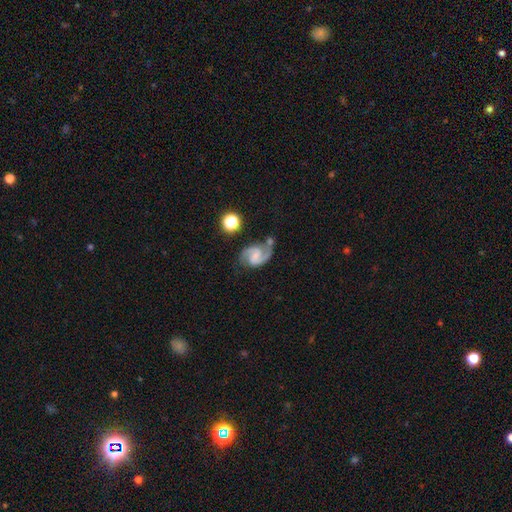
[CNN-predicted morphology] The model was most divided on "bulge size": none: 39%, small: 38%, moderate: 19%, large: 3%, dominant: 1%. Remaining: edge-on disk — no (98%); spiral arms — yes (98%); spiral arm count — 2 (92%); smooth or featured — featured or disk (87%); merging — none (64%); spiral winding — medium (59%); bar — weak (49%).